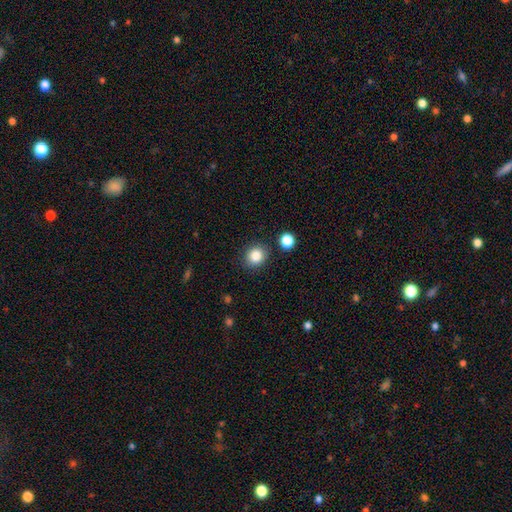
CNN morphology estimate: A smooth galaxy with no disk features (85%) that is round (75%).

Vote fractions:
- Smooth or featured? smooth: 85% / star or artifact: 10% / featured or disk: 5%
- How rounded? round: 75% / in between: 25% / cigar-shaped: 1%
- Merging? none: 87% / minor disturbance: 8% / merger: 3% / major disturbance: 2%